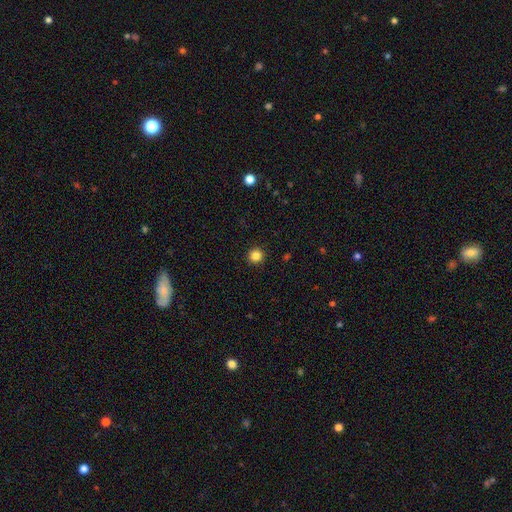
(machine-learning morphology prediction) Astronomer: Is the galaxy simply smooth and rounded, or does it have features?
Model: smooth — 85%.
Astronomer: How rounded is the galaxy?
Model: round — 95%.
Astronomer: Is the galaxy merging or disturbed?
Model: none — 93%.